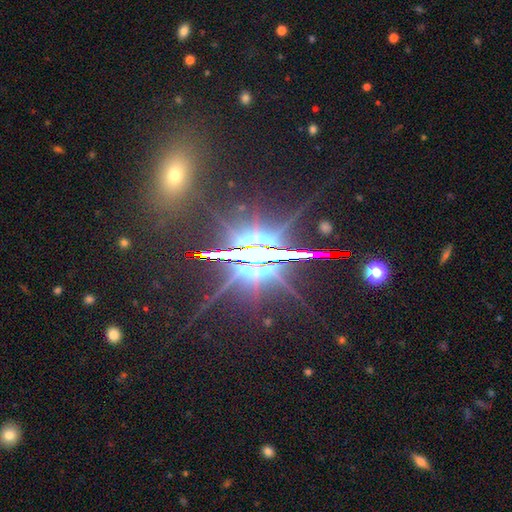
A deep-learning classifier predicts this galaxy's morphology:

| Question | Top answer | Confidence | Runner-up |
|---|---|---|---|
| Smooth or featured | star or artifact | 70% | featured or disk (23%) |